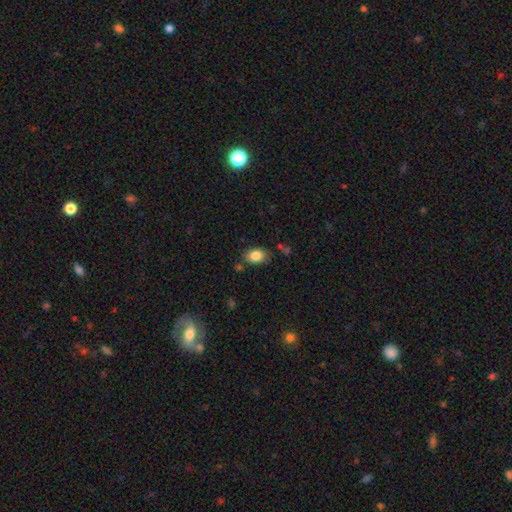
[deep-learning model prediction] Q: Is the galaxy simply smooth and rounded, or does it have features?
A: smooth — 85%.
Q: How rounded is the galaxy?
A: in between — 74%.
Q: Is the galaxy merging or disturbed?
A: none — 77%.